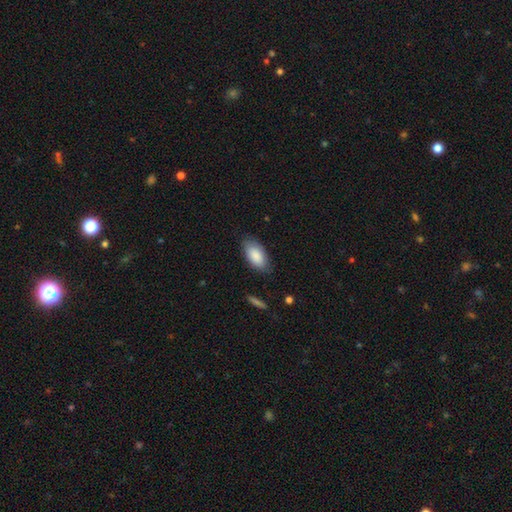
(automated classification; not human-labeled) A smooth galaxy with no disk features (87%) that is in between round and cigar-shaped (93%).

Vote fractions:
- Smooth or featured? smooth: 87% / featured or disk: 7% / star or artifact: 6%
- How rounded? in between: 93% / cigar-shaped: 4% / round: 3%
- Merging? none: 80% / minor disturbance: 16% / major disturbance: 3% / merger: 1%